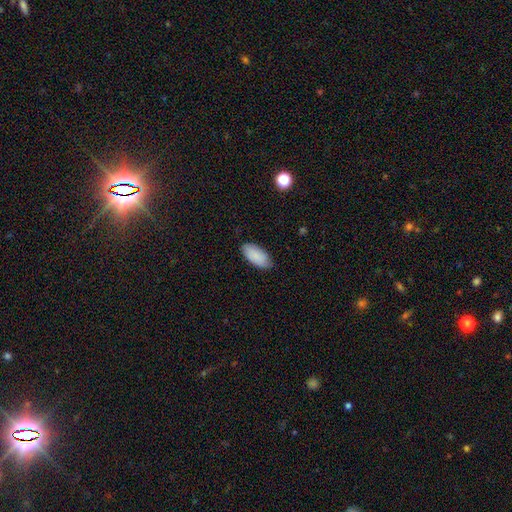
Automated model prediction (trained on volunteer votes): Morphology: type=smooth (88%); roundness=in between (94%); merging=none (80%).